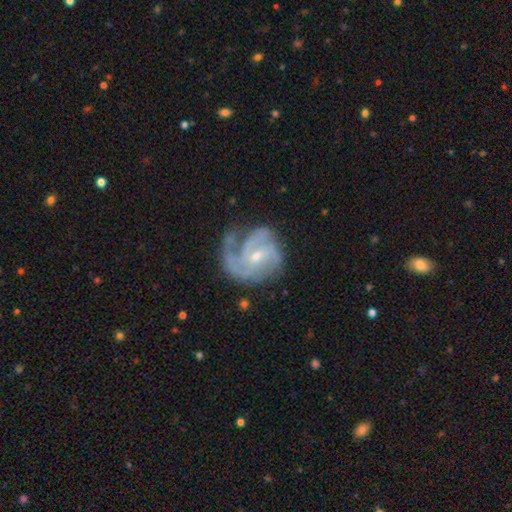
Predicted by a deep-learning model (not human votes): Smooth or featured? Predicted: featured or disk (p=0.86). Edge-on disk? Predicted: no (p=0.98). Bar? Predicted: no (p=0.46). Spiral arms? Predicted: yes (p=0.95). Spiral winding? Predicted: medium (p=0.43, tied with tight). Spiral arm count? Predicted: 3 (p=0.35). Bulge size? Predicted: small (p=0.63). Merging? Predicted: none (p=0.50).